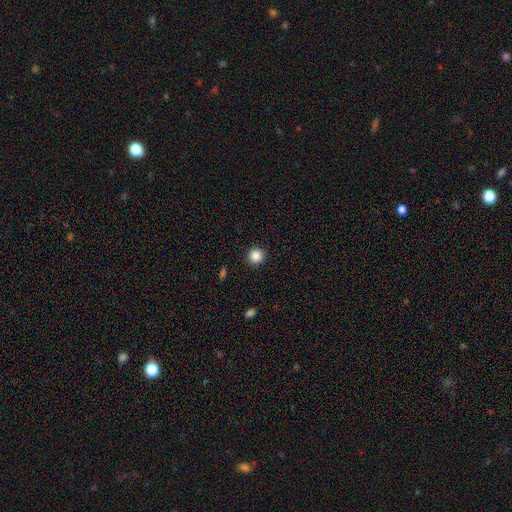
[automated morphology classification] Smooth or featured?
  - smooth: 86% *
  - star or artifact: 10%
  - featured or disk: 4%
How rounded?
  - round: 95% *
  - in between: 4%
  - cigar-shaped: 1%
Merging?
  - none: 92% *
  - minor disturbance: 5%
  - major disturbance: 2%
  - merger: 1%